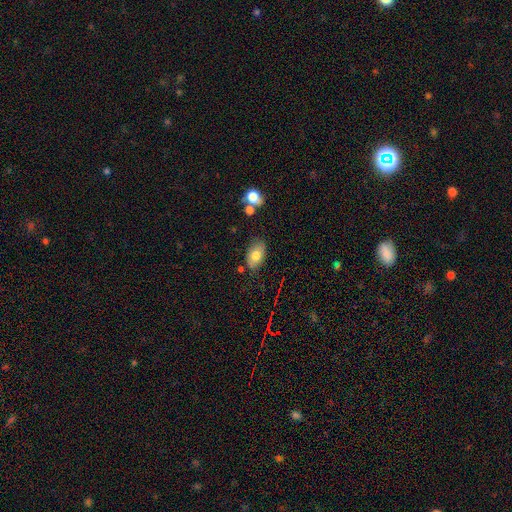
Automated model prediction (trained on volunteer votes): Overall: smooth (76%). How rounded: in between (90%). Merging: none (75%).